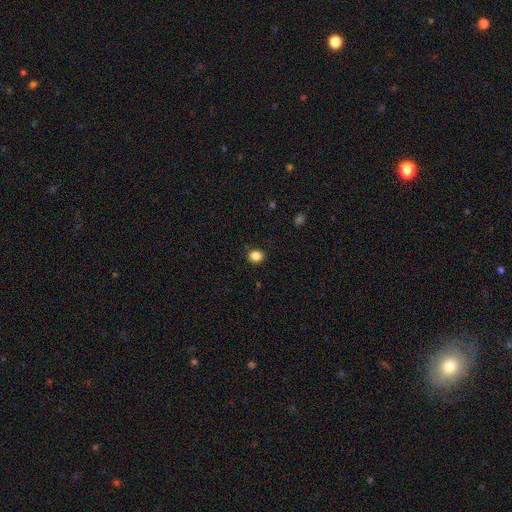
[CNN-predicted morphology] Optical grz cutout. It shows a smooth galaxy with no disk features (85%) that is round (70%). Merging: none (86%).